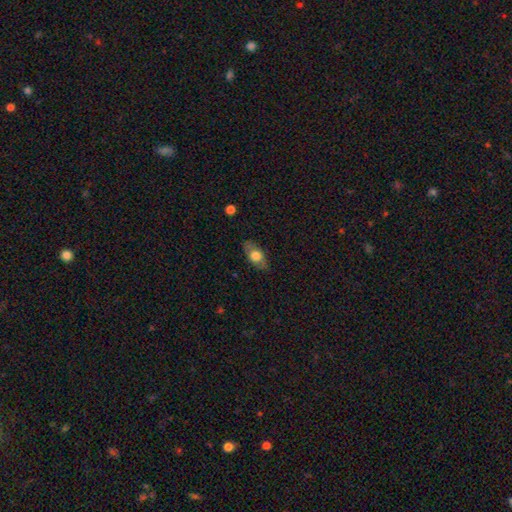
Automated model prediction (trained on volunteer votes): Smooth or featured: smooth — 64% (featured or disk — 29%)
How rounded: in between — 84% (round — 8%)
Merging: none — 80% (minor disturbance — 15%)